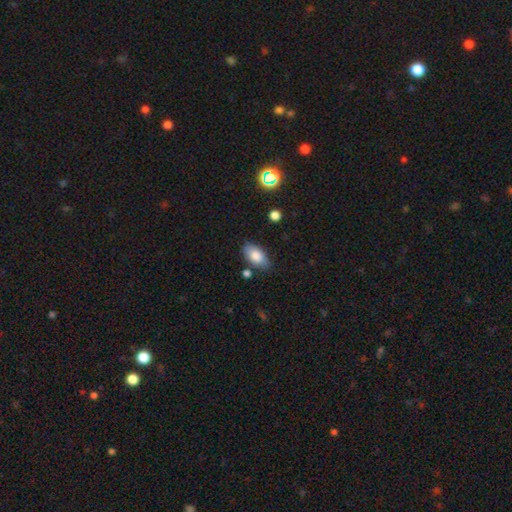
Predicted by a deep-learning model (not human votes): Smooth or featured? Predicted: smooth (p=0.82). How rounded? Predicted: in between (p=0.93). Merging? Predicted: none (p=0.76).